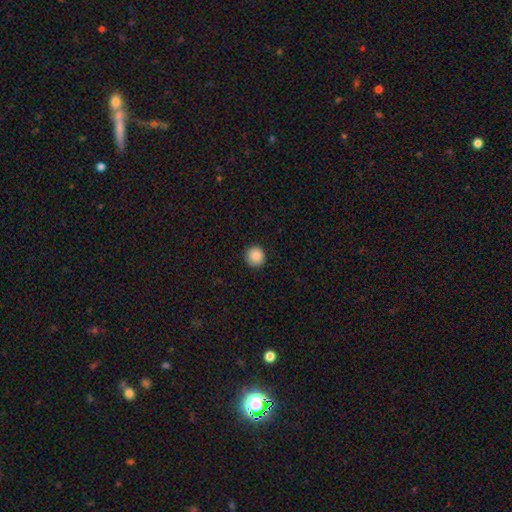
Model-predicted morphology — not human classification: Smooth or featured: smooth — 88% (star or artifact — 9%)
How rounded: round — 93% (in between — 6%)
Merging: none — 92% (minor disturbance — 5%)